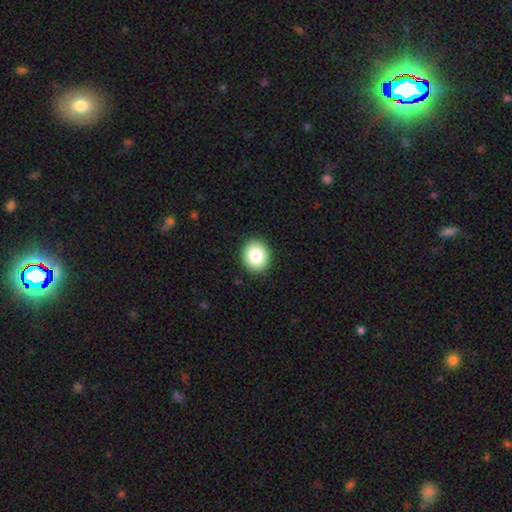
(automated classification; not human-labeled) Smooth or featured? smooth (85%)
How rounded? round (70%)
Merging? none (91%)